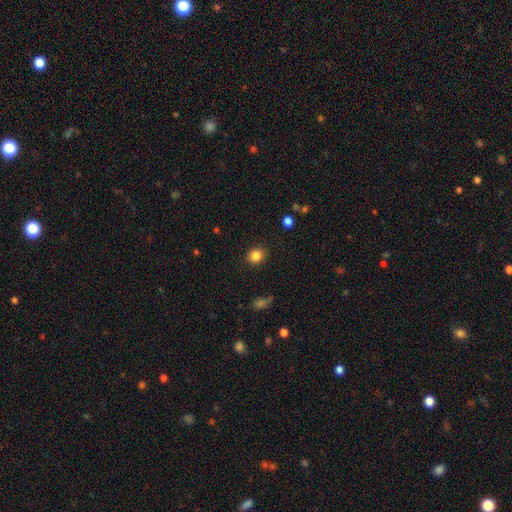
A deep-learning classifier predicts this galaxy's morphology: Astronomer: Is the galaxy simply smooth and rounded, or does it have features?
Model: smooth — 84%.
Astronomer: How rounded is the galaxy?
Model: round — 78%.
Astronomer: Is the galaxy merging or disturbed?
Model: none — 89%.